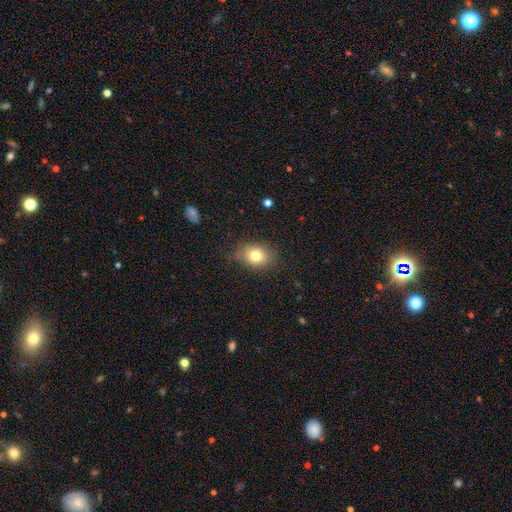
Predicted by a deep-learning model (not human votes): This is likely a smooth galaxy (78%). How rounded: likely in between (63%). Merging: likely none (76%).